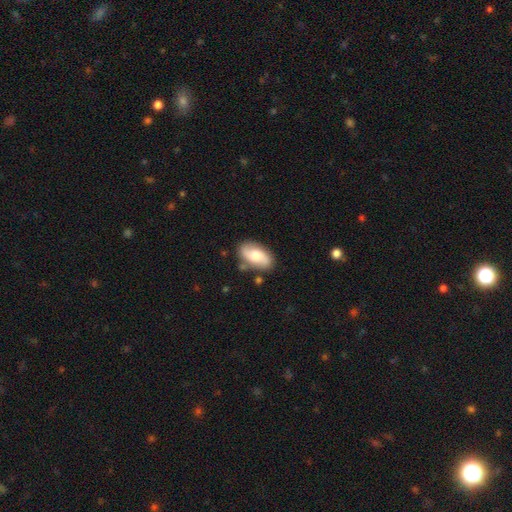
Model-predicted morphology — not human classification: This is possibly a featured or disk galaxy (48%). Merging: likely none (73%).